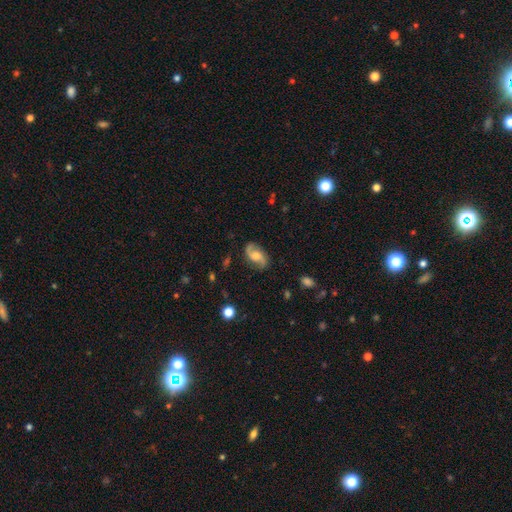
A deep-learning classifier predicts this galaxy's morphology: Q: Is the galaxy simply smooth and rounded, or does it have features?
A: featured or disk — 73%.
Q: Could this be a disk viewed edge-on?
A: no — 96%.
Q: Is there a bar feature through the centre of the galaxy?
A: no — 56%.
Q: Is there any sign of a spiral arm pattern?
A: yes — 94%.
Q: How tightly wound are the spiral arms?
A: loose — 52%.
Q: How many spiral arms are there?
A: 2 — 91%.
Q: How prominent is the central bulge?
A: moderate — 50%.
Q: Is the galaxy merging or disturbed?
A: none — 79%.